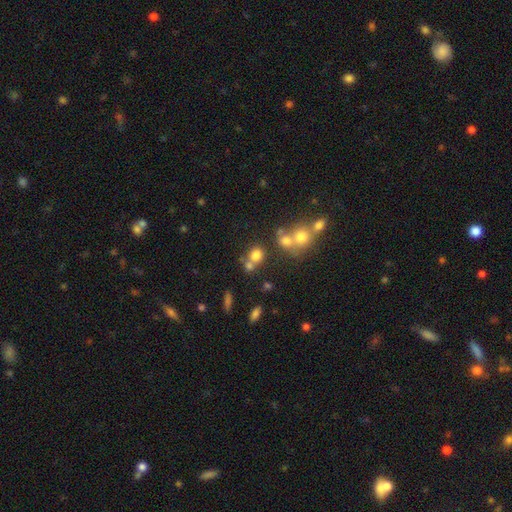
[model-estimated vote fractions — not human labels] Smooth or featured? Predicted: smooth (p=0.73). How rounded? Predicted: round (p=0.74). Merging? Predicted: none (p=0.49).